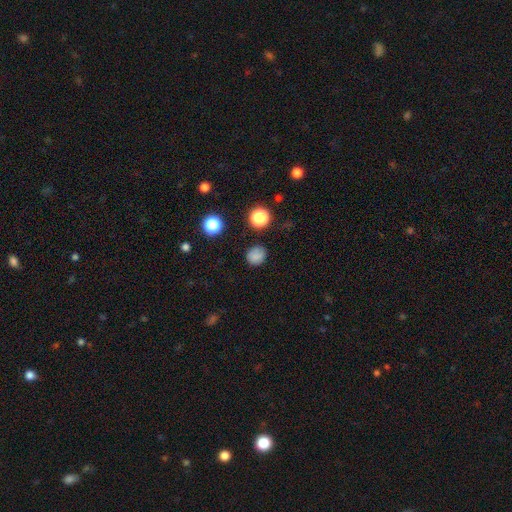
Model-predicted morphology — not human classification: smooth 79%, star or artifact 15%, featured or disk 6%. Down the decision tree: how rounded — round (78%); merging — none (80%).